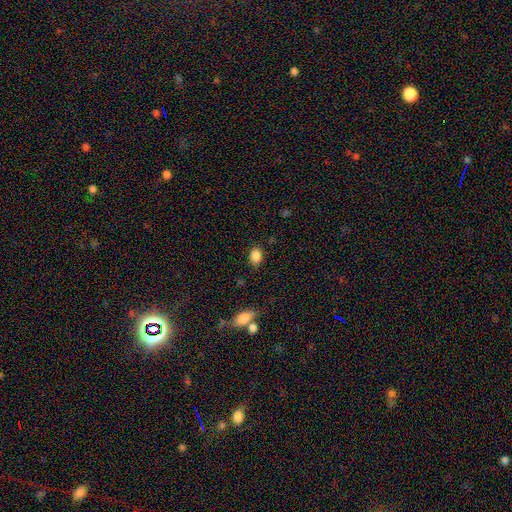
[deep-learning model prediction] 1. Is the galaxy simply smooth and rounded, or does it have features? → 86% smooth, 9% star or artifact, 5% featured or disk.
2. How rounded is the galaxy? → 68% in between, 30% round, 1% cigar-shaped.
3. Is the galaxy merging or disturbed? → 82% none, 12% minor disturbance, 3% major disturbance, 3% merger.